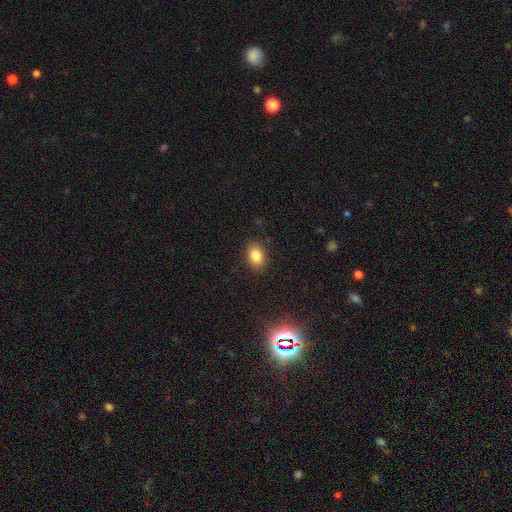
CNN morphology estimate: type=smooth (83%); roundness=in between (68%); merging=none (87%).